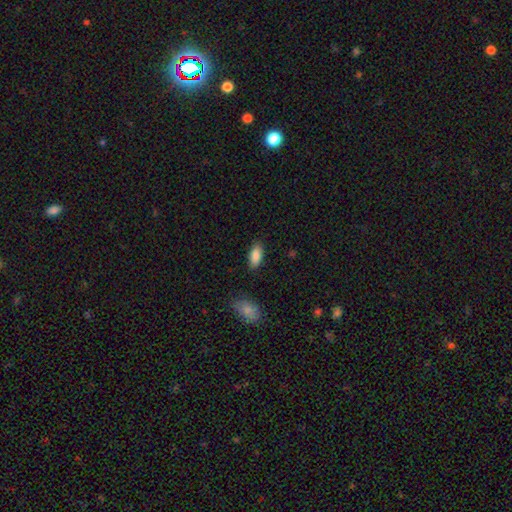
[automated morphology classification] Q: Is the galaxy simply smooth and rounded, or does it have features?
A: smooth — 87%.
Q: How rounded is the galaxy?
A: in between — 89%.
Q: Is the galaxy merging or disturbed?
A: none — 85%.